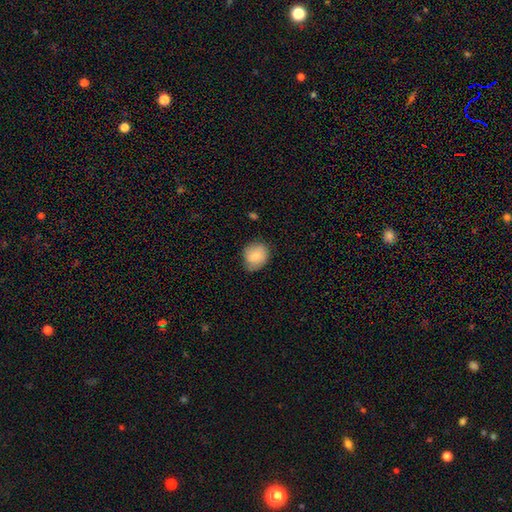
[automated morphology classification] smooth-or-featured: smooth: 83% | featured or disk: 10% | star or artifact: 7%
  how-rounded: round: 72% | in between: 27% | cigar-shaped: 1%
  merging: none: 70% | minor disturbance: 24% | major disturbance: 4% | merger: 1%